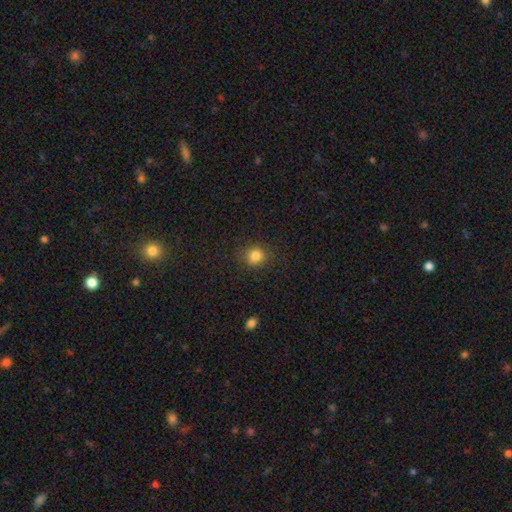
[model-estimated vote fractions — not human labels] Smooth or featured?
  - smooth: 82% *
  - star or artifact: 13%
  - featured or disk: 5%
How rounded?
  - round: 84% *
  - in between: 15%
  - cigar-shaped: 1%
Merging?
  - none: 84% *
  - minor disturbance: 11%
  - major disturbance: 4%
  - merger: 1%